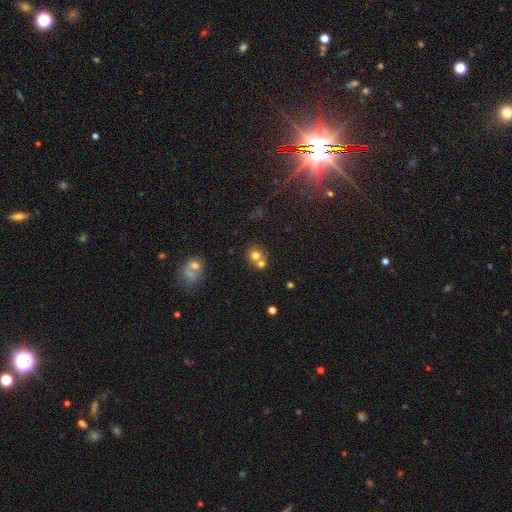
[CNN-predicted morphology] A smooth galaxy with no disk features (71%) that is round (82%).

Vote fractions:
- Smooth or featured? smooth: 71% / star or artifact: 15% / featured or disk: 14%
- How rounded? round: 82% / in between: 17% / cigar-shaped: 1%
- Merging? none: 49% / merger: 40% / minor disturbance: 8% / major disturbance: 3%